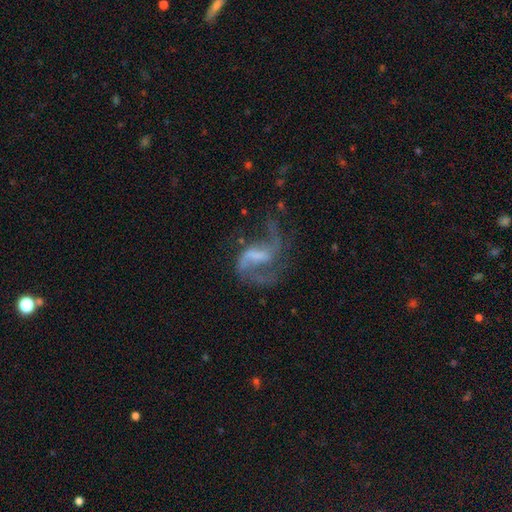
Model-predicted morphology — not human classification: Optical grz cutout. It shows a featured or disk galaxy (84%) with a weak bar (49%), 2 (71%) loose (60%) spiral arms (92%) and no central bulge (40%). Merging: none (46%).